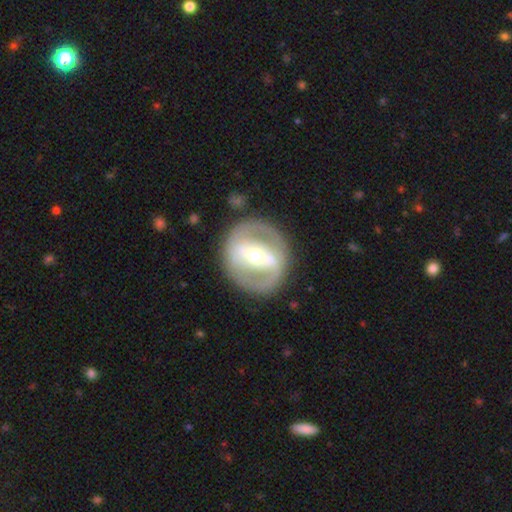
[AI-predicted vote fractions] The model was most divided on "spiral arms": yes: 57%, no: 43%. More confident: edge-on disk — no (95%); merging — none (83%); smooth or featured — featured or disk (76%); bulge size — moderate (65%); bar — strong (55%).